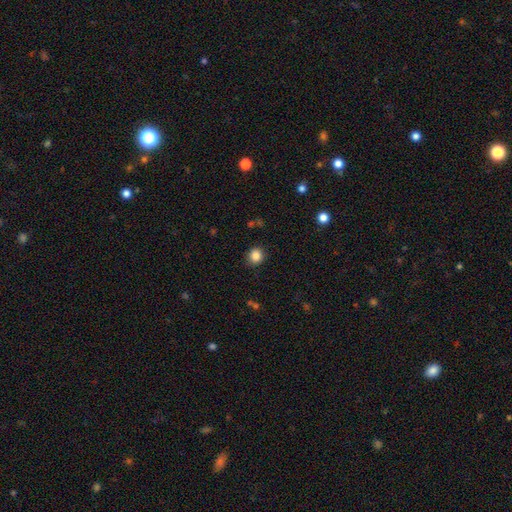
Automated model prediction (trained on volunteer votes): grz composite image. It shows a smooth galaxy with no disk features (85%) that is round (86%). Merging: none (89%).